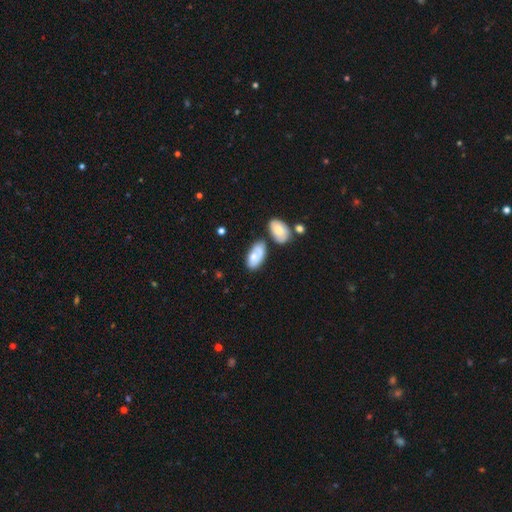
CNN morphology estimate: Overall: smooth (69%). How rounded: in between (93%). Merging: none (45%; merger 29%).